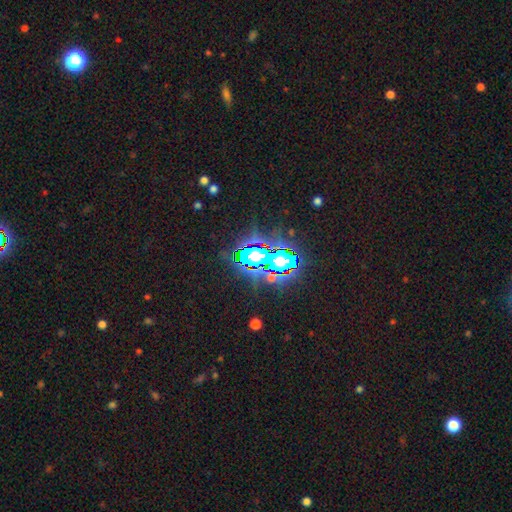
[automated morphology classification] smooth_or_featured: star or artifact (p=0.72) [alt: smooth p=0.15]